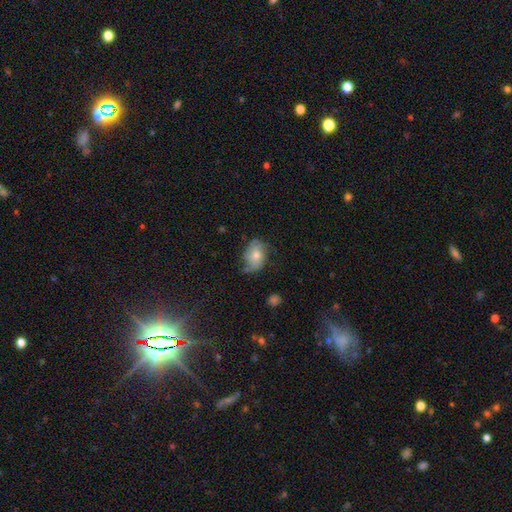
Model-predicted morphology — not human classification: Smooth or featured: smooth — 46% (featured or disk — 45%)
Merging: none — 56% (minor disturbance — 30%)